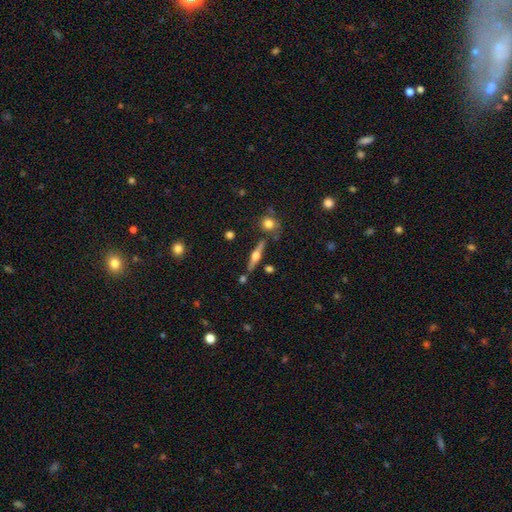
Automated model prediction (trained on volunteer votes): This appears to be a featured or disk galaxy (65%) viewed edge-on (95%) with a rounded central bulge (94%). Merging: none (78%).